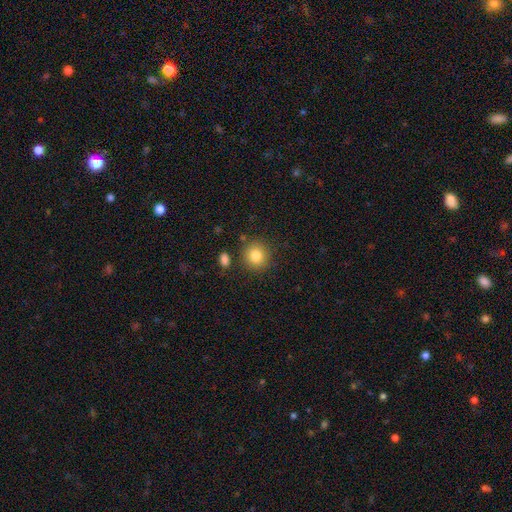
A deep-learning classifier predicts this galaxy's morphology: Q: Smooth or featured?
A: smooth (83%); runner-up: star or artifact (10%)
Q: How rounded?
A: round (89%); runner-up: in between (10%)
Q: Merging?
A: none (85%); runner-up: minor disturbance (8%)